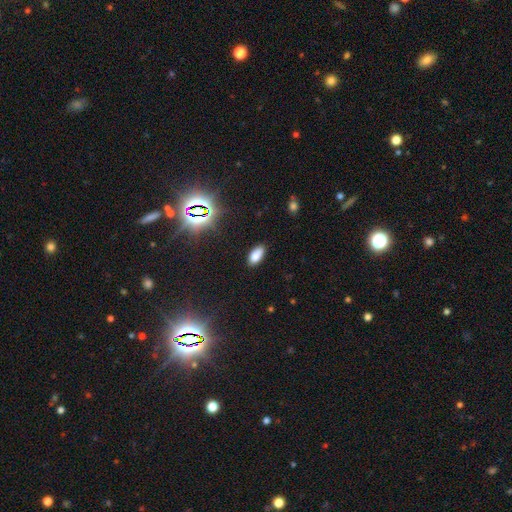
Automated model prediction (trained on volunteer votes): A smooth galaxy with no disk features (79%) that is in between round and cigar-shaped (89%).

Vote fractions:
- Smooth or featured? smooth: 79% / star or artifact: 14% / featured or disk: 7%
- How rounded? in between: 89% / cigar-shaped: 8% / round: 3%
- Merging? none: 86% / minor disturbance: 10% / major disturbance: 2% / merger: 1%